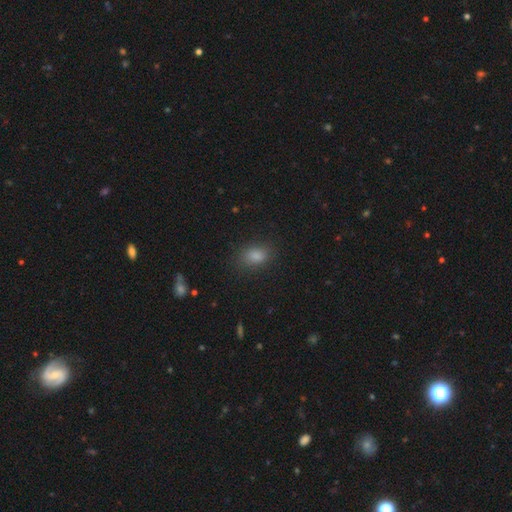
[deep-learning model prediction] Smooth or featured?
  - smooth: 80% *
  - star or artifact: 14%
  - featured or disk: 6%
How rounded?
  - in between: 75% *
  - round: 22%
  - cigar-shaped: 2%
Merging?
  - none: 84% *
  - minor disturbance: 11%
  - major disturbance: 4%
  - merger: 1%